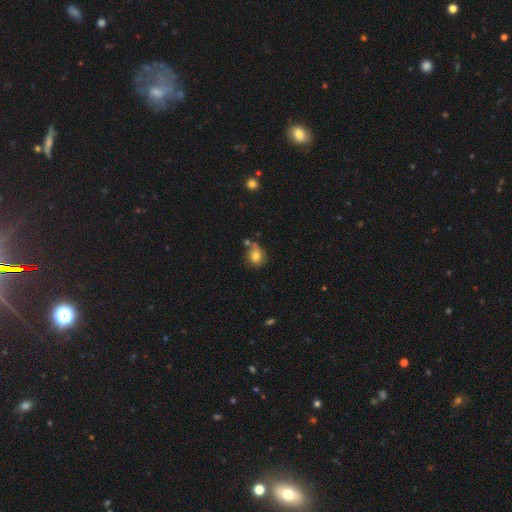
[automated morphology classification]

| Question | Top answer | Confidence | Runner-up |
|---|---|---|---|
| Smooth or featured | smooth | 77% | featured or disk (12%) |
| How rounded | round | 75% | in between (24%) |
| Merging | none | 58% | minor disturbance (20%) |